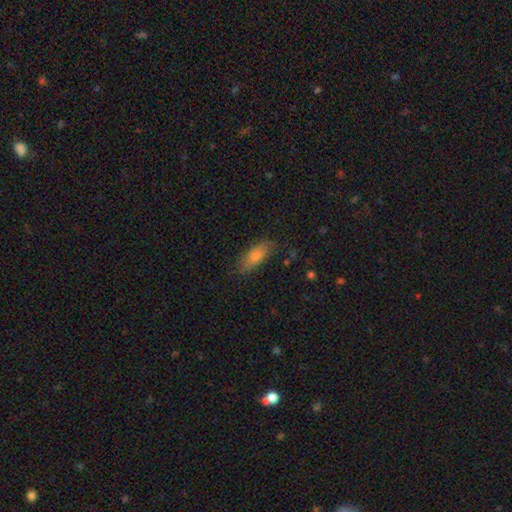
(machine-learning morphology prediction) The model was most divided on "how rounded": in between: 69%, cigar-shaped: 29%, round: 2%. More confident: merging — none (80%); smooth or featured — smooth (78%).